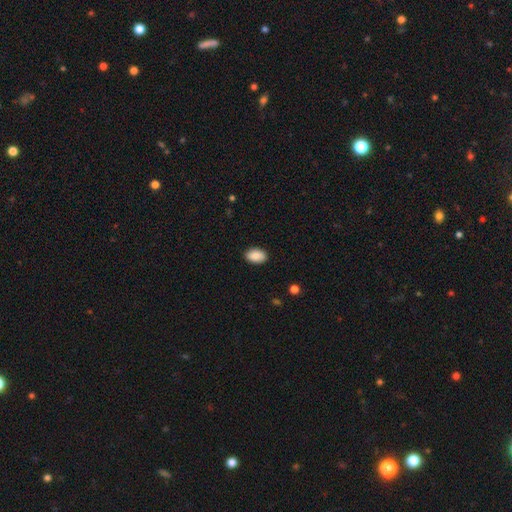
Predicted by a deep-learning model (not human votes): Smooth or featured: smooth — 89% (star or artifact — 7%)
How rounded: in between — 91% (round — 8%)
Merging: none — 89% (minor disturbance — 8%)